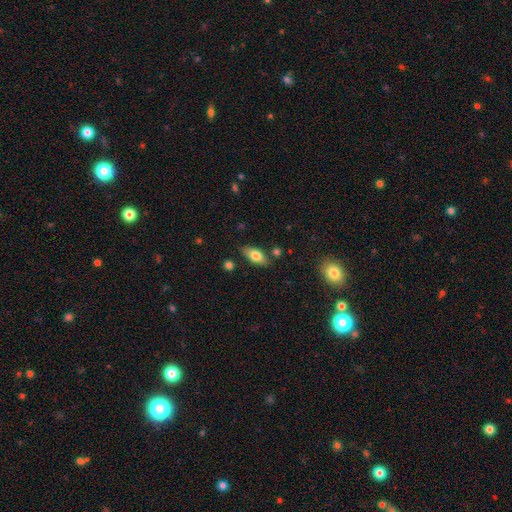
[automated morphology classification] The model was most divided on "smooth or featured": smooth: 73%, featured or disk: 20%, star or artifact: 7%. More confident: how rounded — in between (85%); merging — none (81%).